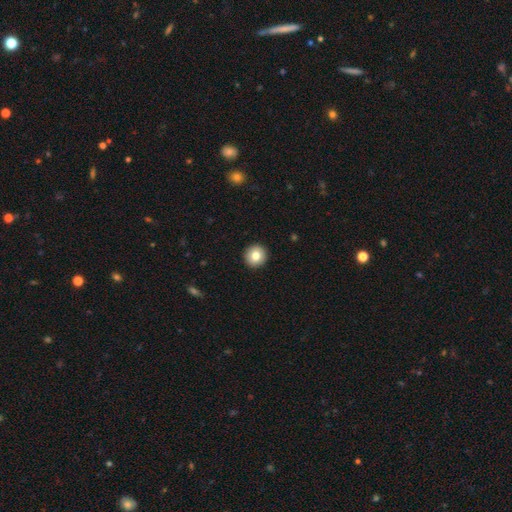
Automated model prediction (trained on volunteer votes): This appears to be a smooth galaxy with no disk features (80%) that is round (95%). Merging: none (93%).